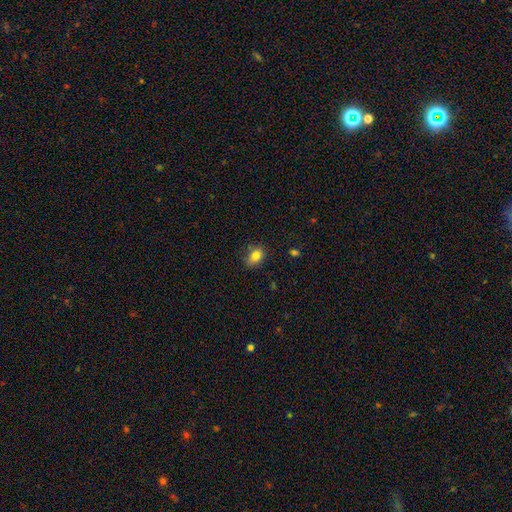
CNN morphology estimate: Overall: smooth (82%). How rounded: in between (66%; round 32%). Merging: none (76%).